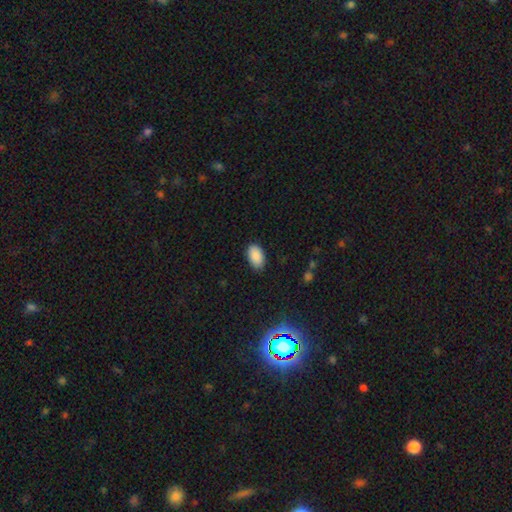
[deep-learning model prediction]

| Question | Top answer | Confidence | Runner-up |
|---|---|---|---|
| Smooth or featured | smooth | 90% | star or artifact (7%) |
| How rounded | in between | 94% | round (5%) |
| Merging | none | 87% | minor disturbance (10%) |